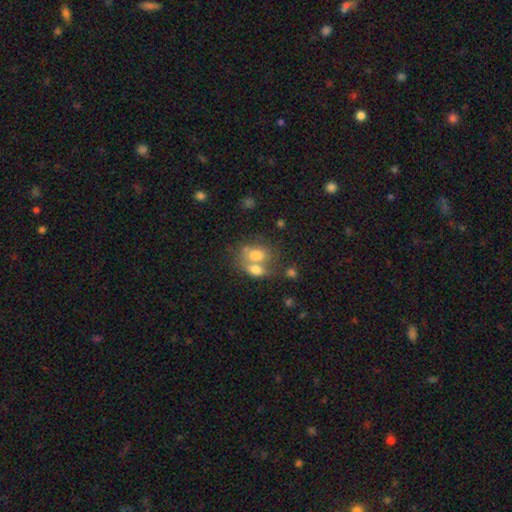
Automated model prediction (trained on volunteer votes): smooth 70%, featured or disk 20%, star or artifact 10%. Down the decision tree: how rounded — in between (70%); merging — merger (63%).